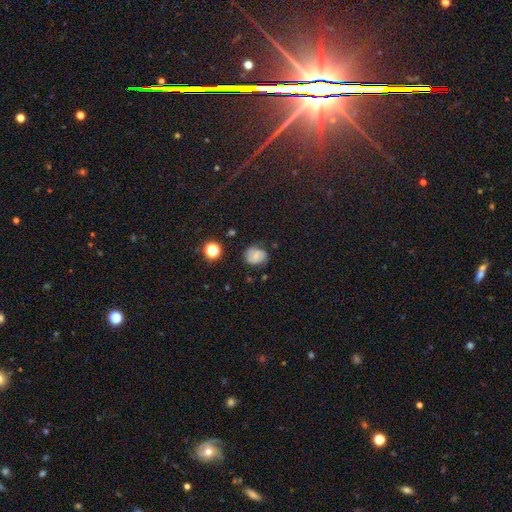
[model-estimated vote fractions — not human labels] This appears to be a smooth galaxy with no disk features (61%) that is round (60%). Merging: none (72%).